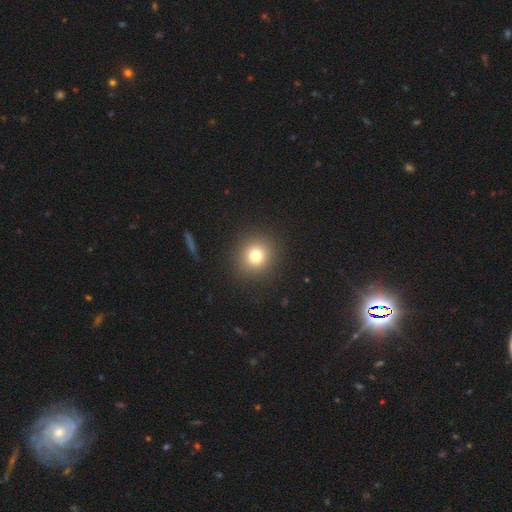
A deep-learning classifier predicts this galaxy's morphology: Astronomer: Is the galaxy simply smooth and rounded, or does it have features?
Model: smooth — 78%.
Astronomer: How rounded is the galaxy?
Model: round — 90%.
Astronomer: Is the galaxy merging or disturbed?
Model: none — 91%.